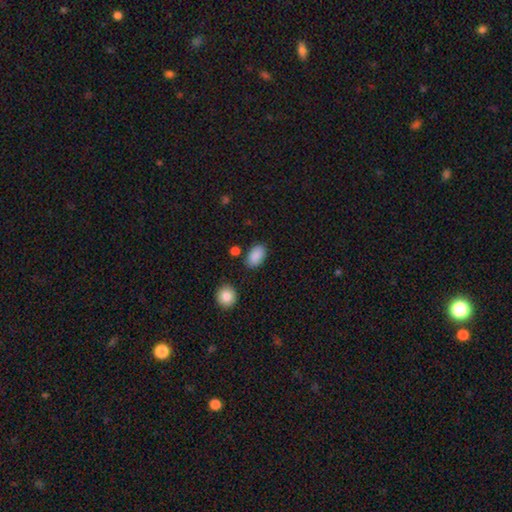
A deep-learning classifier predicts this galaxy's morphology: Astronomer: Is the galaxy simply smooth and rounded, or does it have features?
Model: smooth — 89%.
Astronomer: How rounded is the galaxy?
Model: in between — 91%.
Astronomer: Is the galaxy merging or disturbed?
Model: none — 82%.